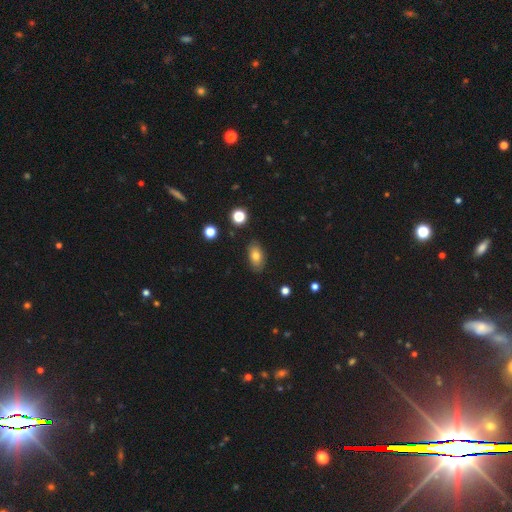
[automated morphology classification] Smooth or featured? Predicted: smooth (p=0.76). How rounded? Predicted: in between (p=0.90). Merging? Predicted: none (p=0.85).